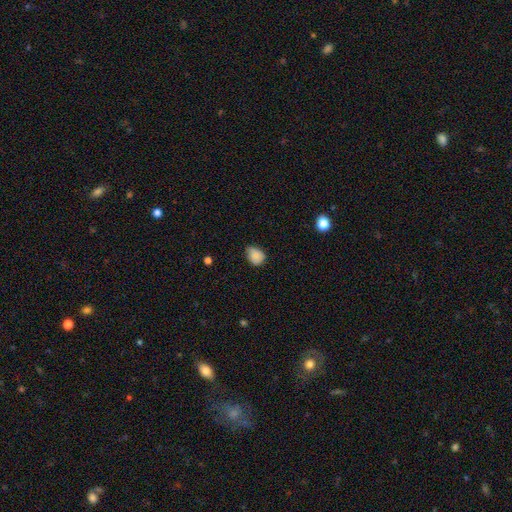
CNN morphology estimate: Smooth or featured? smooth (84%)
How rounded? in between (57%)
Merging? none (57%)